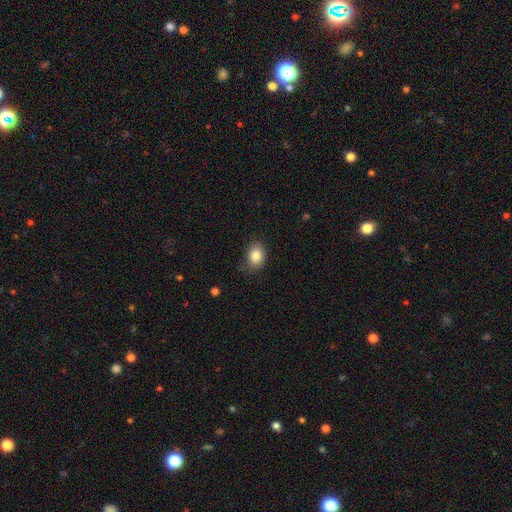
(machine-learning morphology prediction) smooth 85%, star or artifact 9%, featured or disk 7%. Down the decision tree: how rounded — in between (68%); merging — none (78%).